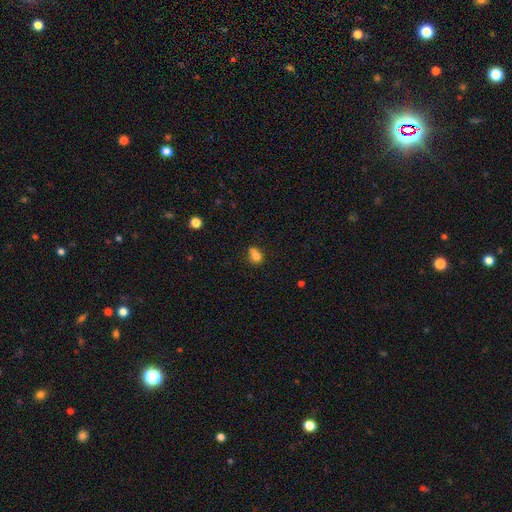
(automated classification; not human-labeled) Smooth or featured: smooth — 76% (star or artifact — 12%)
How rounded: round — 53% (in between — 45%)
Merging: none — 38% (merger — 30%)